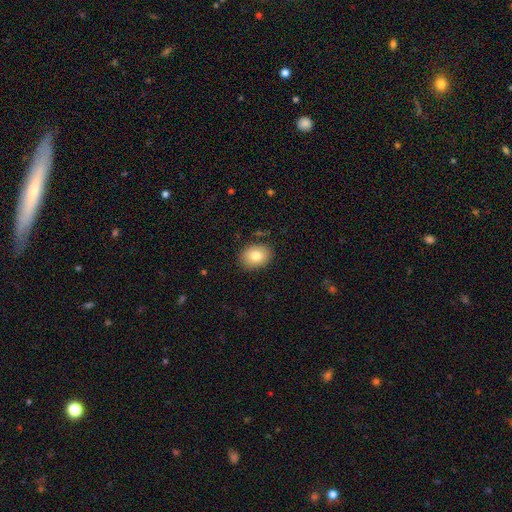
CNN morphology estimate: Q: Smooth or featured?
A: smooth (81%); runner-up: featured or disk (11%)
Q: How rounded?
A: in between (60%); runner-up: round (39%)
Q: Merging?
A: none (86%); runner-up: minor disturbance (10%)